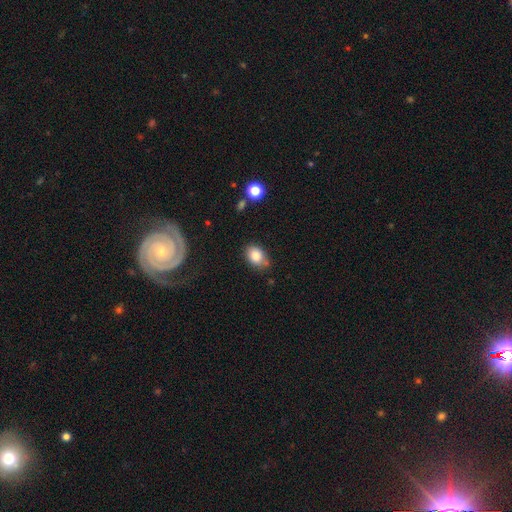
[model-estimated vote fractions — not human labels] This is clearly a smooth galaxy (84%). How rounded: likely in between (75%). Merging: likely none (69%).